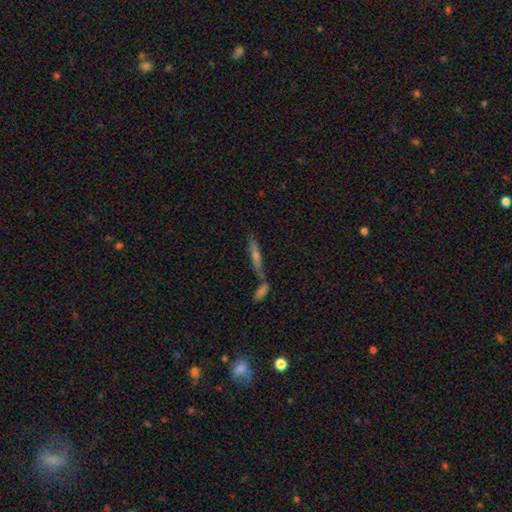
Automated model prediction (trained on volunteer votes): This appears to be a featured or disk galaxy (47%). Merging: none (59%).